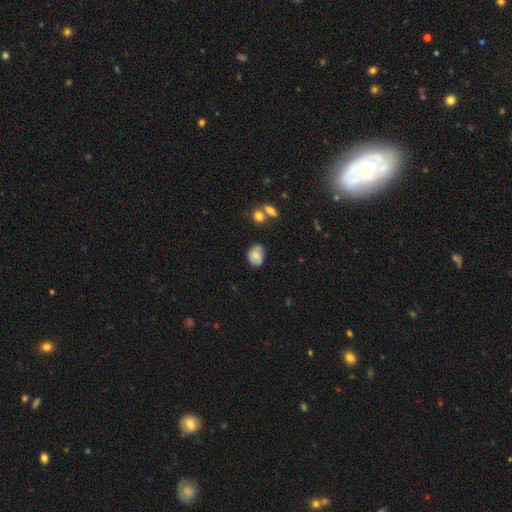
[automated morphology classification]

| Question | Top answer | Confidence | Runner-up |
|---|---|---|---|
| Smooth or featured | smooth | 61% | featured or disk (31%) |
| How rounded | in between | 62% | round (37%) |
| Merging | none | 58% | minor disturbance (30%) |